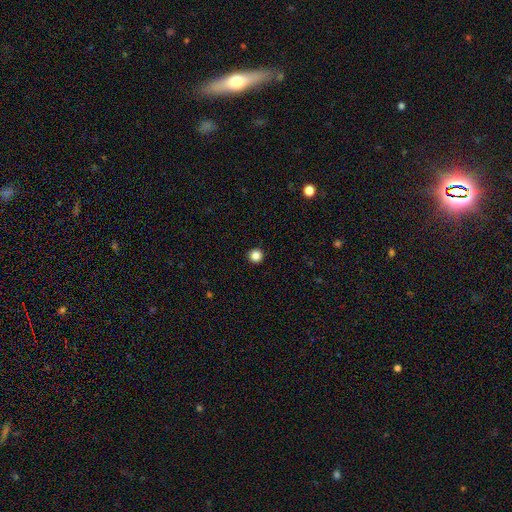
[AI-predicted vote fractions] smooth_or_featured: smooth (p=0.85) [alt: star or artifact p=0.11]
how_rounded: round (p=0.96) [alt: in between p=0.03]
merging: none (p=0.93) [alt: minor disturbance p=0.04]